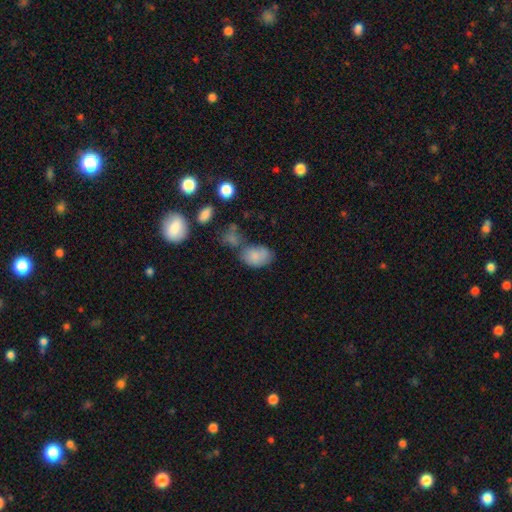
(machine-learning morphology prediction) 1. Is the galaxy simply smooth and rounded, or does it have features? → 79% smooth, 12% featured or disk, 9% star or artifact.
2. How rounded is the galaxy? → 85% in between, 14% round, 1% cigar-shaped.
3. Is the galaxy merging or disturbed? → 39% none, 31% merger, 21% minor disturbance, 10% major disturbance.